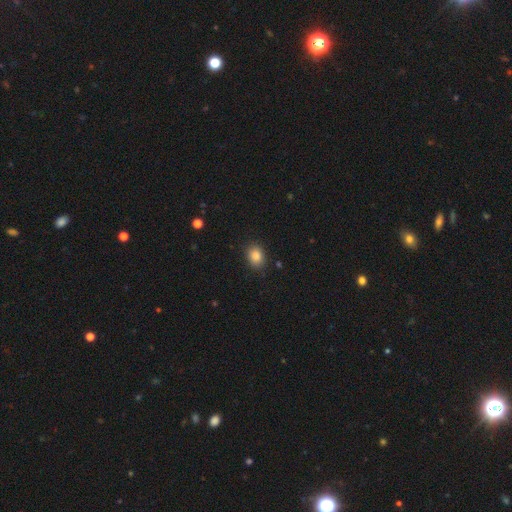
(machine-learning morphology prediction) Smooth or featured? Predicted: smooth (p=0.86). How rounded? Predicted: in between (p=0.60). Merging? Predicted: none (p=0.87).